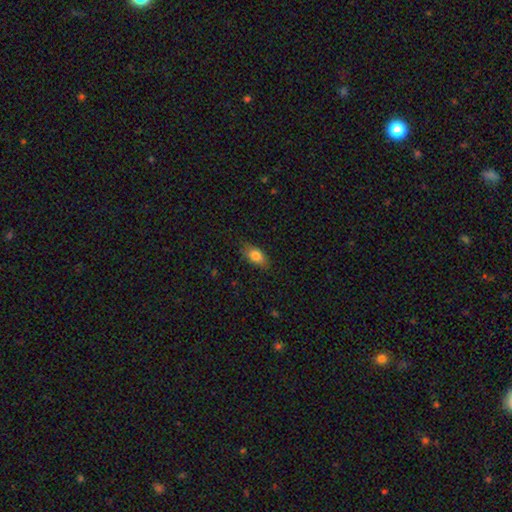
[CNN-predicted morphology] This is clearly a smooth galaxy (80%). How rounded: clearly in between (87%). Merging: clearly none (80%).